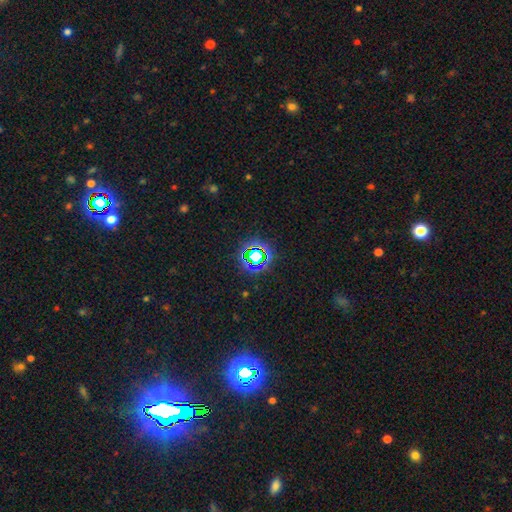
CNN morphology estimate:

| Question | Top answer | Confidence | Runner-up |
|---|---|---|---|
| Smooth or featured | star or artifact | 70% | smooth (19%) |